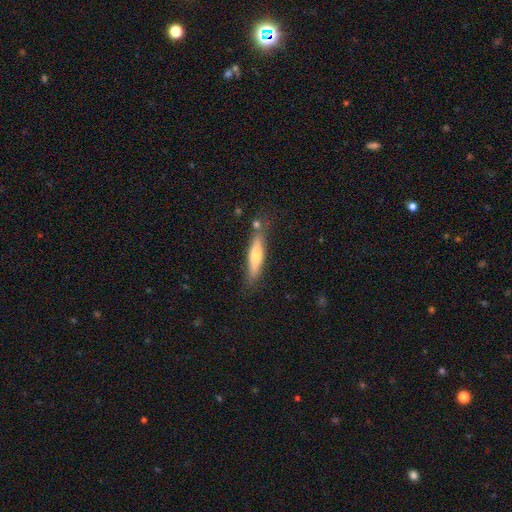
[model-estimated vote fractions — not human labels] smooth_or_featured: smooth (p=0.55) [alt: featured or disk p=0.38]
how_rounded: cigar-shaped (p=0.82) [alt: in between p=0.17]
merging: none (p=0.77) [alt: minor disturbance p=0.15]